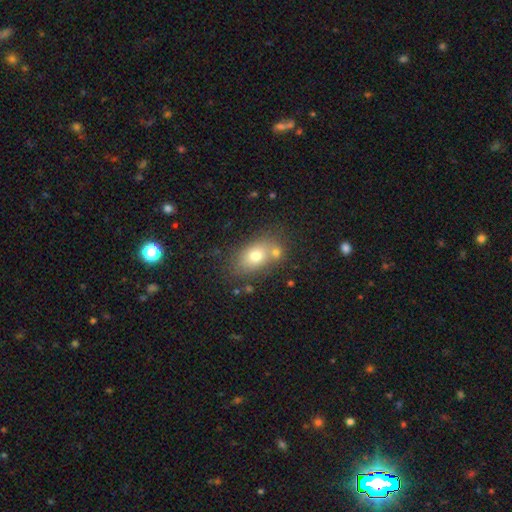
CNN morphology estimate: The model was most divided on "merging": none: 61%, merger: 21%, minor disturbance: 13%, major disturbance: 5%. More confident: how rounded — in between (79%); smooth or featured — smooth (72%).